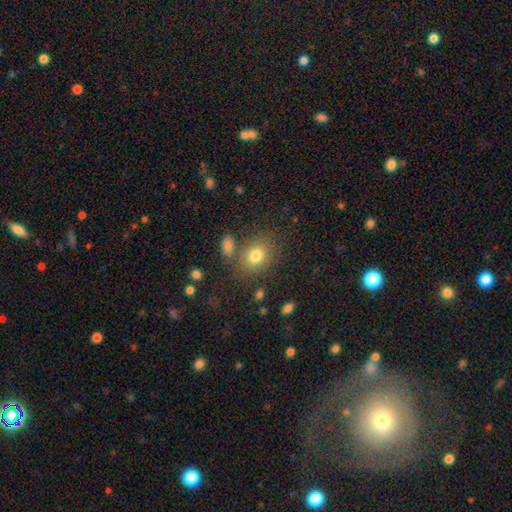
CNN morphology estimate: Smooth or featured? smooth (78%)
How rounded? round (51%)
Merging? none (72%)